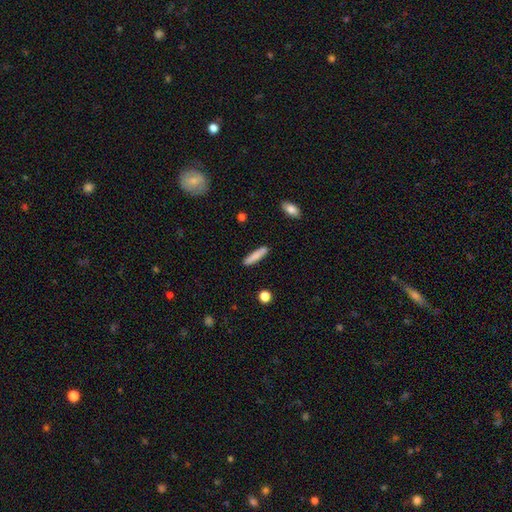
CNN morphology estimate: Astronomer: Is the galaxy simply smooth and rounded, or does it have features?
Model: smooth — 82%.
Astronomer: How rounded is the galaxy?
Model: cigar-shaped — 88%.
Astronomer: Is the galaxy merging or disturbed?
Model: none — 89%.